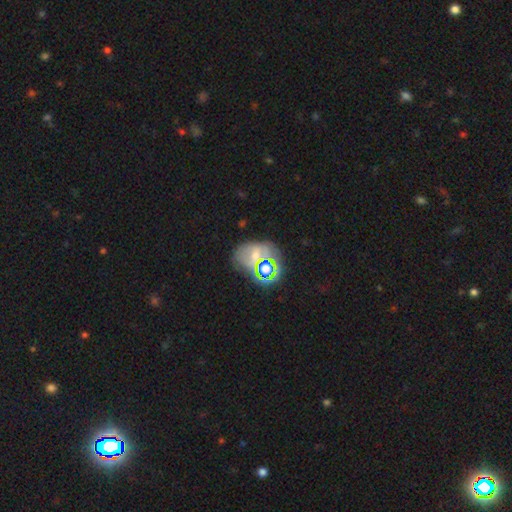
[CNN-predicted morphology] smooth-or-featured: star or artifact: 52% | smooth: 26% | featured or disk: 22%